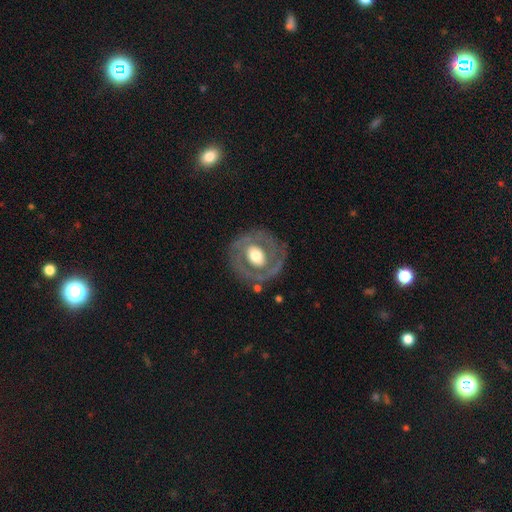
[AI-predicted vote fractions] Smooth or featured: featured or disk — 65% (smooth — 30%)
Edge-on disk: no — 96% (yes — 4%)
Bar: no — 64% (weak — 24%)
Spiral arms: no — 63% (yes — 37%)
Bulge size: moderate — 52% (large — 39%)
Merging: none — 77% (minor disturbance — 14%)